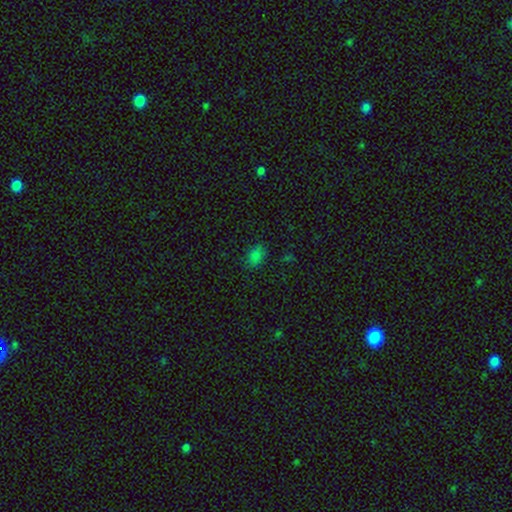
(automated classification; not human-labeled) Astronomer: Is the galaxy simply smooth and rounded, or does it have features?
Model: smooth — 78%.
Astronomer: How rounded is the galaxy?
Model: in between — 81%.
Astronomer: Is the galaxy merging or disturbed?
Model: none — 81%.